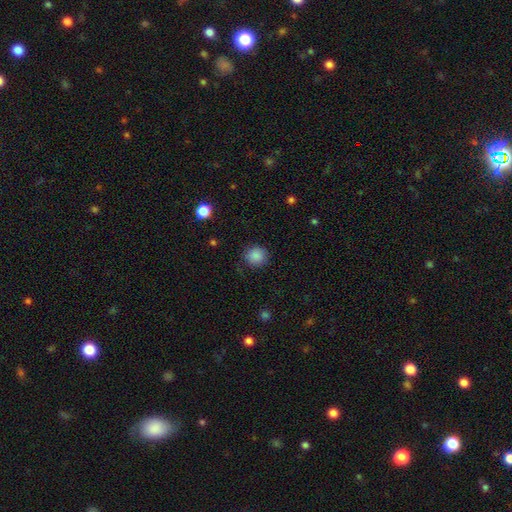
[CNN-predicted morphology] Smooth or featured? Predicted: smooth (p=0.86). How rounded? Predicted: round (p=0.89). Merging? Predicted: none (p=0.83).